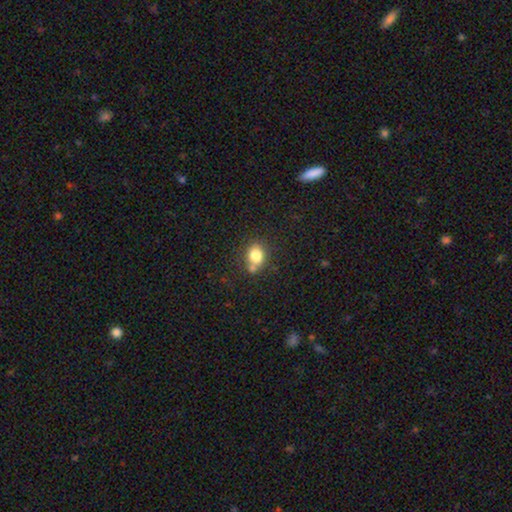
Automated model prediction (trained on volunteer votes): smooth 79%, star or artifact 11%, featured or disk 10%. Down the decision tree: how rounded — round (56%); merging — none (61%).